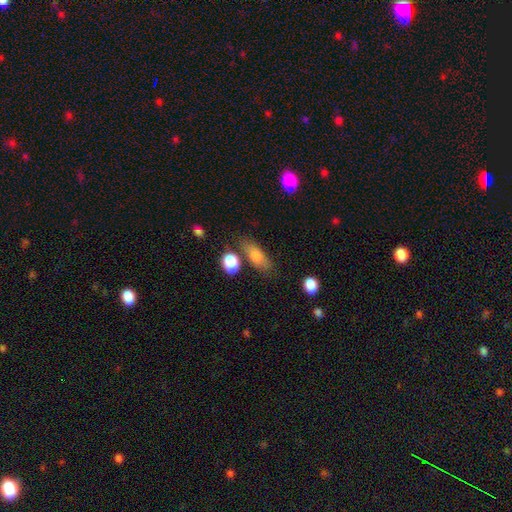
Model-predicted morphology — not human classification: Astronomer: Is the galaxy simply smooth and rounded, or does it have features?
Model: smooth — 78%.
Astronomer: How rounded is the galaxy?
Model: in between — 69%.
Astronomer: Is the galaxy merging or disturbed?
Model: none — 70%.